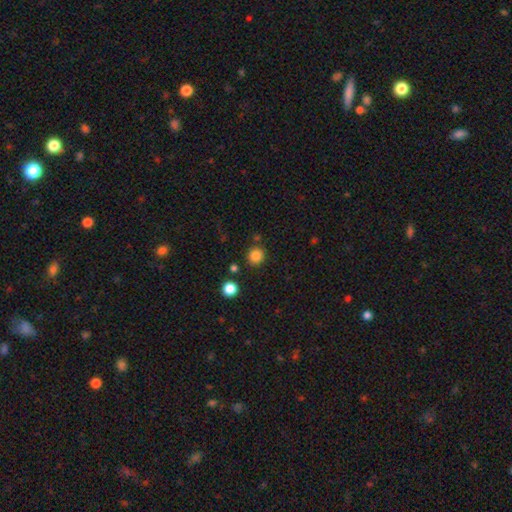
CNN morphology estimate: A smooth galaxy with no disk features (85%) that is round (90%).

Vote fractions:
- Smooth or featured? smooth: 85% / star or artifact: 12% / featured or disk: 4%
- How rounded? round: 90% / in between: 9% / cigar-shaped: 1%
- Merging? none: 85% / minor disturbance: 7% / merger: 5% / major disturbance: 3%